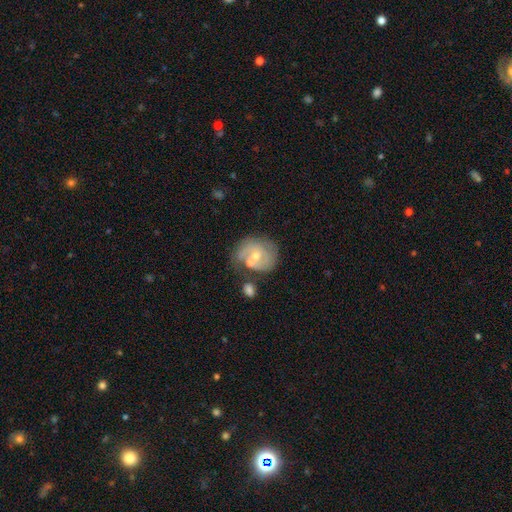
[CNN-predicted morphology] Overall: featured or disk (63%; smooth 30%). Edge-on disk: no (98%). Bar: no (58%; weak 36%). Spiral arms: yes (76%). Bulge size: moderate (48%; small 45%). Merging: none (46%; merger 24%).